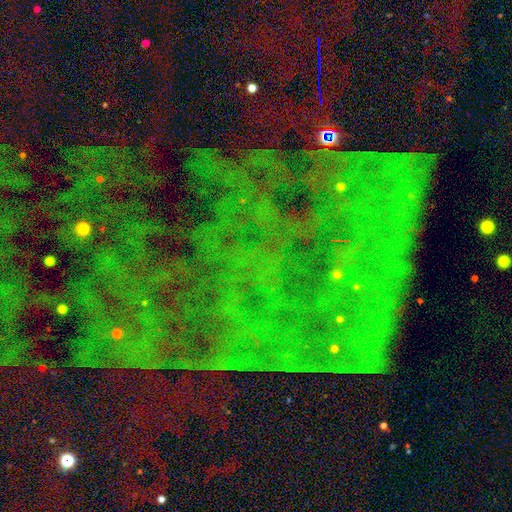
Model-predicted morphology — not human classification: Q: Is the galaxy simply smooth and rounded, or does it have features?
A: star or artifact — 83%.